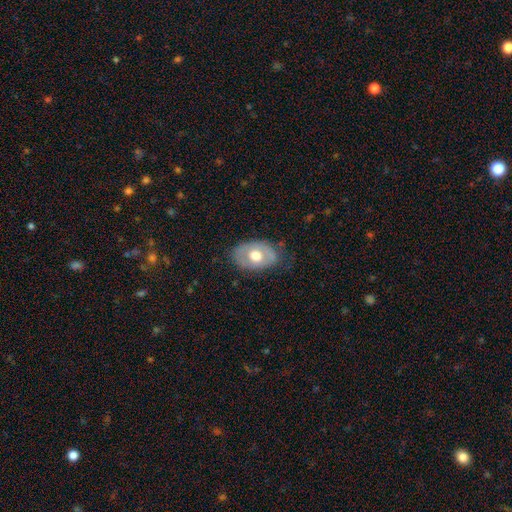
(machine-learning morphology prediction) Q: Smooth or featured?
A: smooth (53%); runner-up: featured or disk (41%)
Q: How rounded?
A: in between (81%); runner-up: round (18%)
Q: Merging?
A: none (70%); runner-up: minor disturbance (22%)